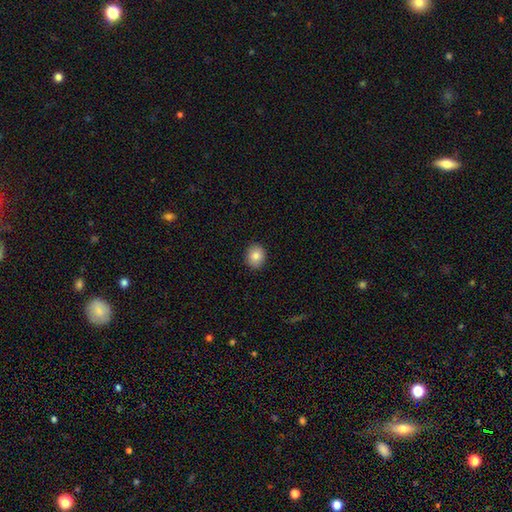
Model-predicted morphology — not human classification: Smooth or featured? smooth (83%)
How rounded? round (64%)
Merging? none (91%)